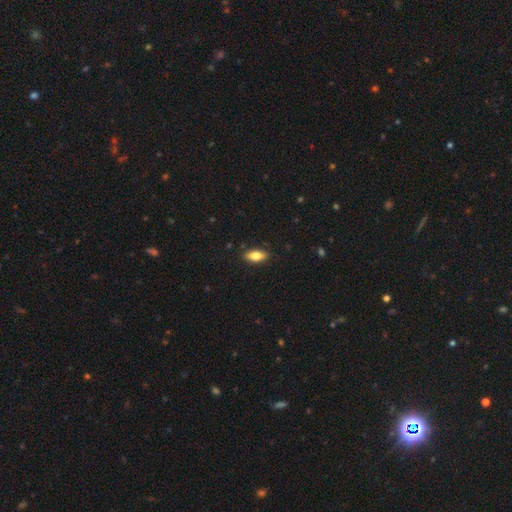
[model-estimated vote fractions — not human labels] Smooth or featured: smooth — 80% (featured or disk — 14%)
How rounded: in between — 84% (cigar-shaped — 13%)
Merging: none — 87% (minor disturbance — 10%)